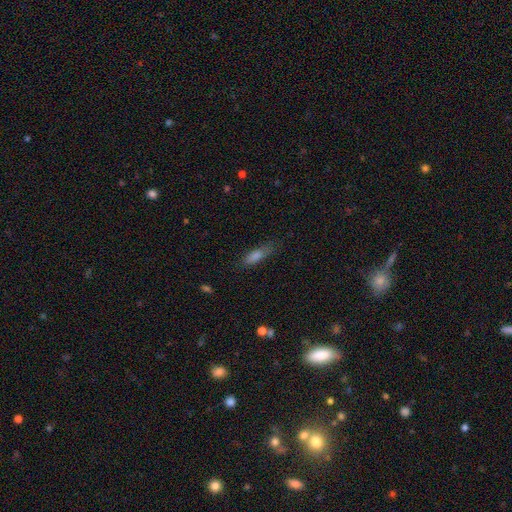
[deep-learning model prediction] Overall: smooth (70%). How rounded: cigar-shaped (61%; in between 36%). Merging: none (71%).